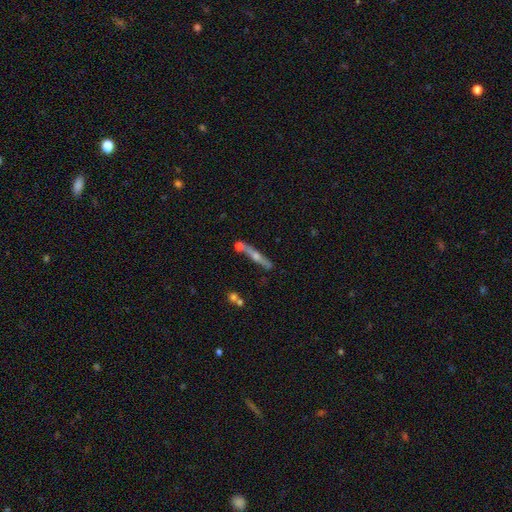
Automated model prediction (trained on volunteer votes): Smooth or featured?
  - featured or disk: 68% *
  - smooth: 24%
  - star or artifact: 8%
Edge-on disk?
  - yes: 94% *
  - no: 6%
Edge-on bulge?
  - rounded: 87% *
  - none: 9%
  - boxy: 4%
Merging?
  - none: 70% *
  - merger: 13%
  - minor disturbance: 12%
  - major disturbance: 4%